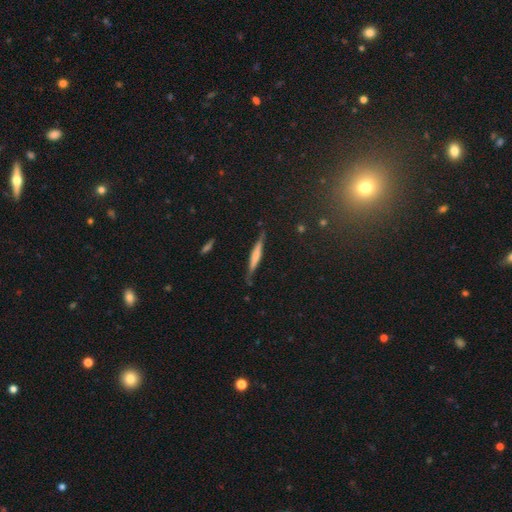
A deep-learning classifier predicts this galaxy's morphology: smooth-or-featured: featured or disk: 51% | smooth: 41% | star or artifact: 8%
  disk-edge-on: yes: 95% | no: 5%
  merging: none: 80% | minor disturbance: 15% | major disturbance: 3% | merger: 2%